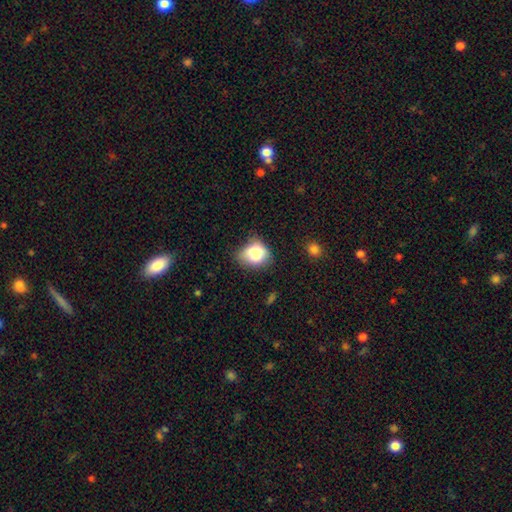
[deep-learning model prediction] A smooth galaxy with no disk features (78%) that is in between round and cigar-shaped (55%). Merging: none (42%).